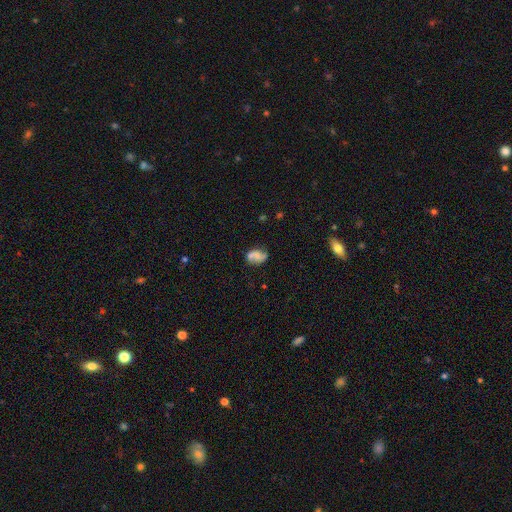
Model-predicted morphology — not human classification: Smooth or featured: featured or disk — 46% (smooth — 43%)
Merging: none — 51% (minor disturbance — 24%)